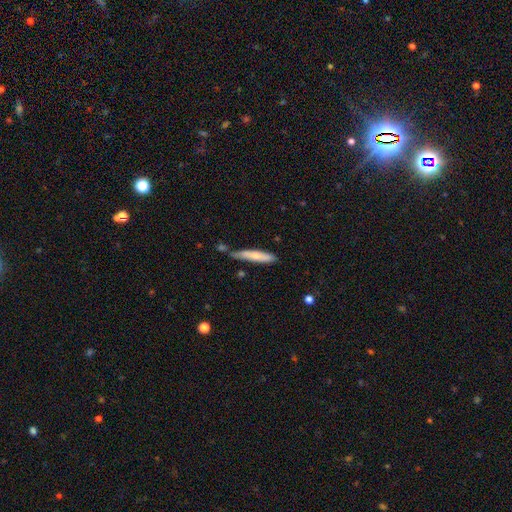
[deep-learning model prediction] A smooth galaxy with no disk features (67%) that is cigar-shaped (89%).

Vote fractions:
- Smooth or featured? smooth: 67% / featured or disk: 28% / star or artifact: 6%
- How rounded? cigar-shaped: 89% / in between: 9% / round: 1%
- Merging? none: 63% / minor disturbance: 22% / merger: 9% / major disturbance: 5%